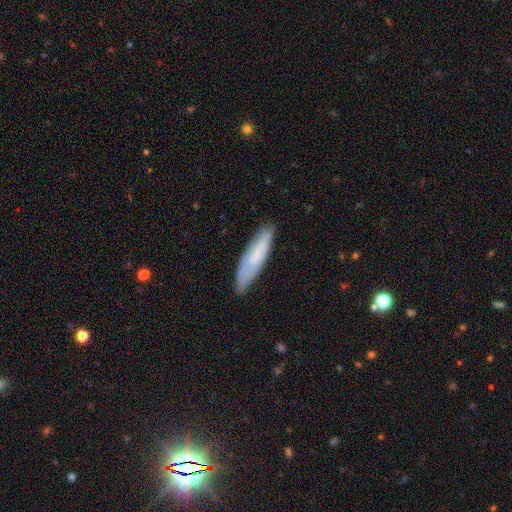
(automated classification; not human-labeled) smooth_or_featured: smooth (p=0.68) [alt: featured or disk p=0.25]
how_rounded: cigar-shaped (p=0.78) [alt: in between p=0.21]
merging: none (p=0.80) [alt: minor disturbance p=0.16]